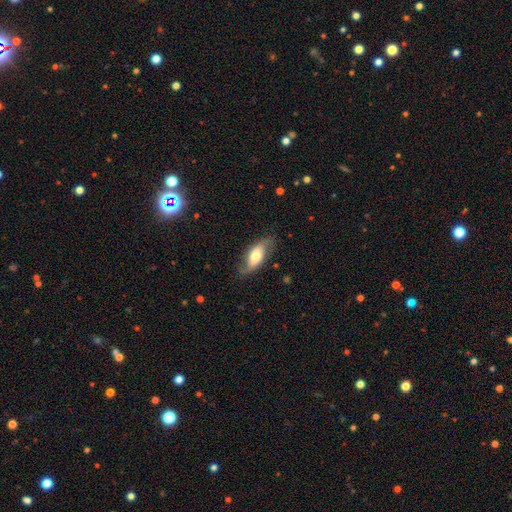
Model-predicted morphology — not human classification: This is possibly a featured or disk galaxy (58%). It is clearly not viewed edge-on (85%). Merging: likely none (73%).